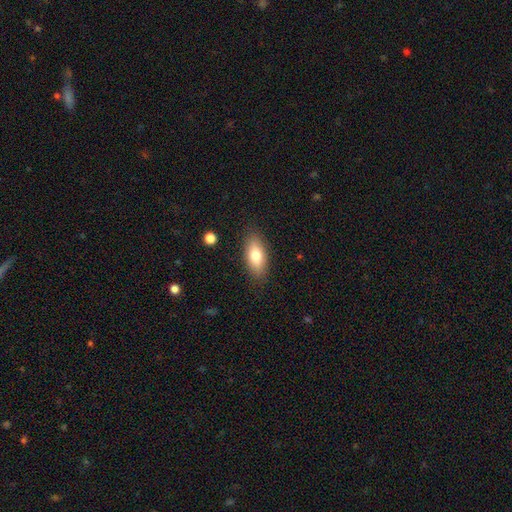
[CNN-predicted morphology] A smooth galaxy with no disk features (76%) that is in between round and cigar-shaped (83%).

Vote fractions:
- Smooth or featured? smooth: 76% / featured or disk: 17% / star or artifact: 7%
- How rounded? in between: 83% / cigar-shaped: 14% / round: 3%
- Merging? none: 86% / minor disturbance: 10% / major disturbance: 3% / merger: 1%